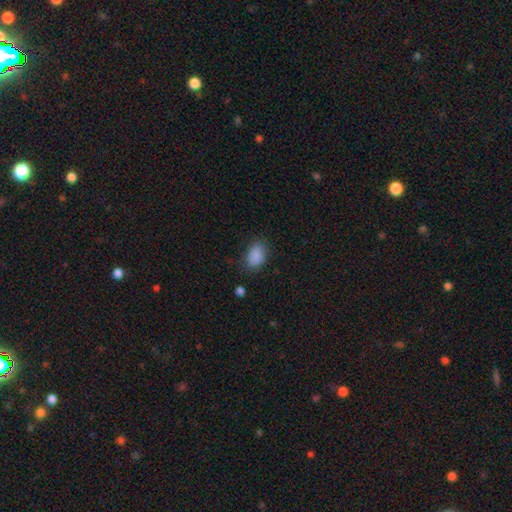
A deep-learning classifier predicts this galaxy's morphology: The model was most divided on "merging": none: 77%, minor disturbance: 17%, major disturbance: 5%, merger: 2%. More confident: smooth or featured — smooth (87%); how rounded — in between (85%).